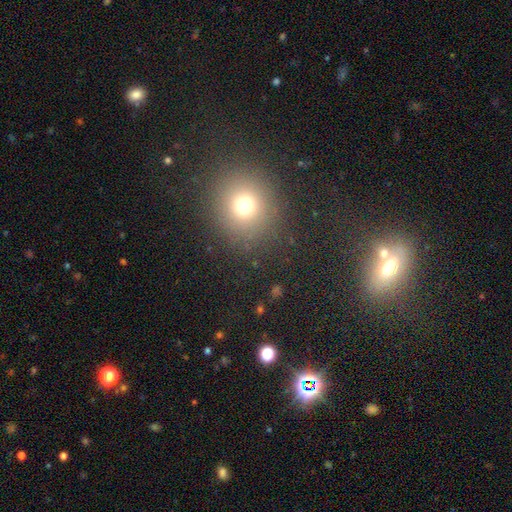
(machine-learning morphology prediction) Smooth or featured? Predicted: smooth (p=0.60). How rounded? Predicted: round (p=0.85). Merging? Predicted: none (p=0.85).